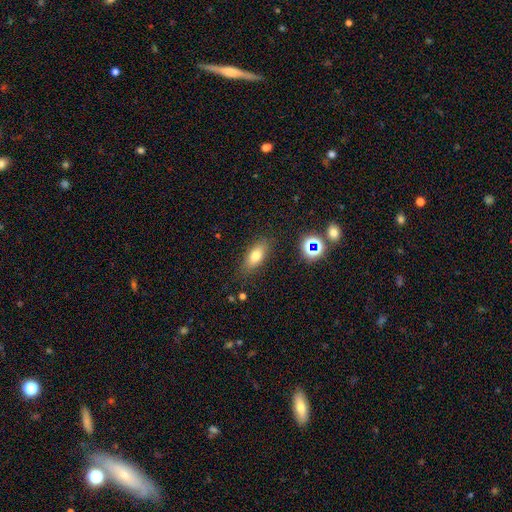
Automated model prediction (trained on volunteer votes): Smooth or featured? Predicted: smooth (p=0.73). How rounded? Predicted: in between (p=0.77). Merging? Predicted: none (p=0.83).